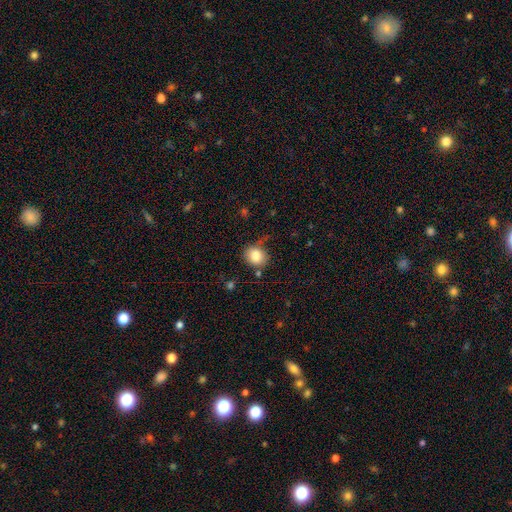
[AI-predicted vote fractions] smooth 82%, star or artifact 10%, featured or disk 8%. Down the decision tree: how rounded — round (72%); merging — none (74%).